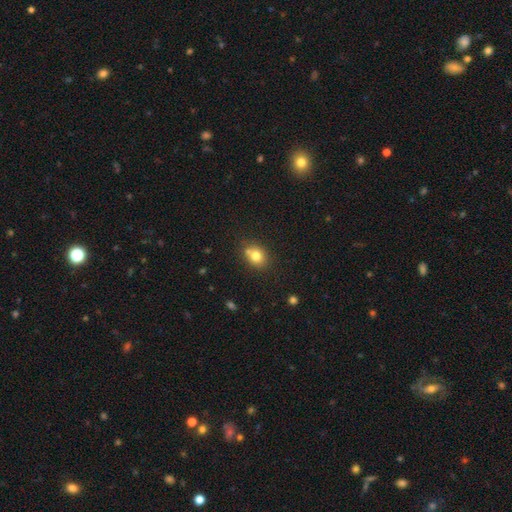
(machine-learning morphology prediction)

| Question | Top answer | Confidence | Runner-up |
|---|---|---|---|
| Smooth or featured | smooth | 76% | featured or disk (12%) |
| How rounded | round | 58% | in between (41%) |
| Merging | none | 63% | merger (21%) |